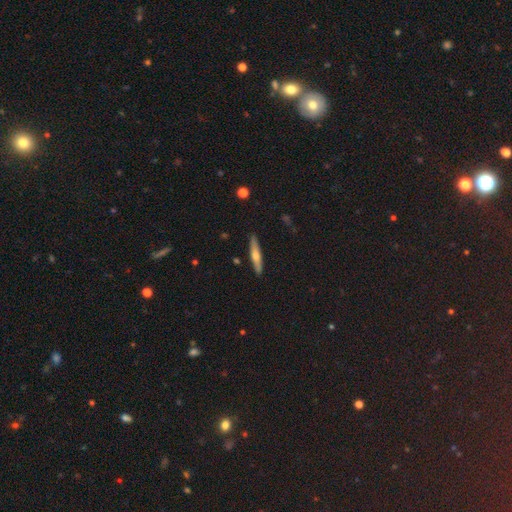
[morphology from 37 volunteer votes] A smooth galaxy with no disk features (54%) that is cigar-shaped (85%). Merging: none (97%).